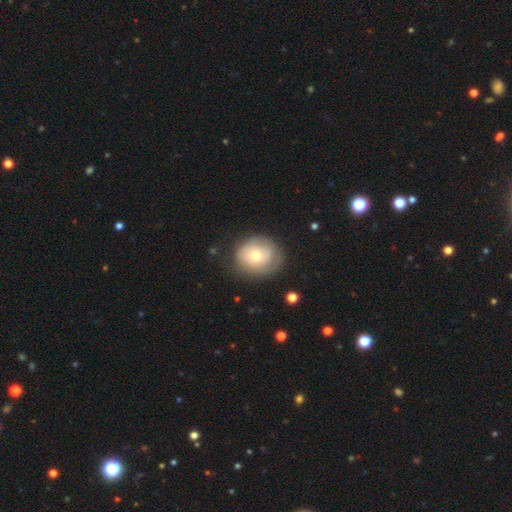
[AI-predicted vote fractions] A smooth galaxy with no disk features (56%) that is round (74%). Merging: none (70%).